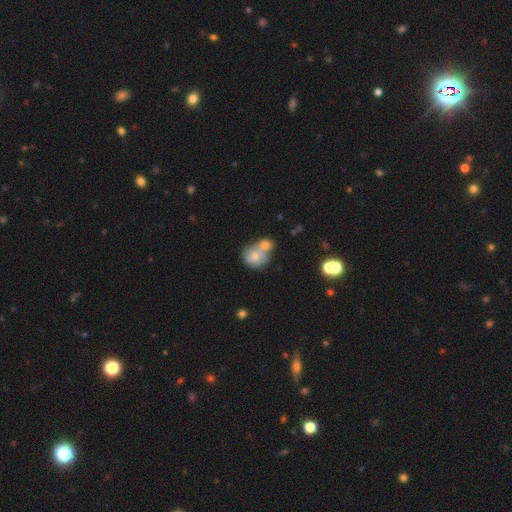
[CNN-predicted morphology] smooth 67%, featured or disk 23%, star or artifact 9%. Down the decision tree: how rounded — round (71%); merging — merger (67%).